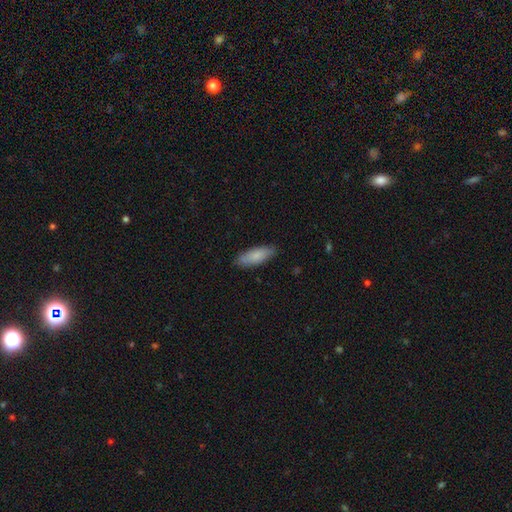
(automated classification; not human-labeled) Q: Smooth or featured?
A: smooth (82%); runner-up: featured or disk (13%)
Q: How rounded?
A: in between (65%); runner-up: cigar-shaped (33%)
Q: Merging?
A: none (84%); runner-up: minor disturbance (12%)